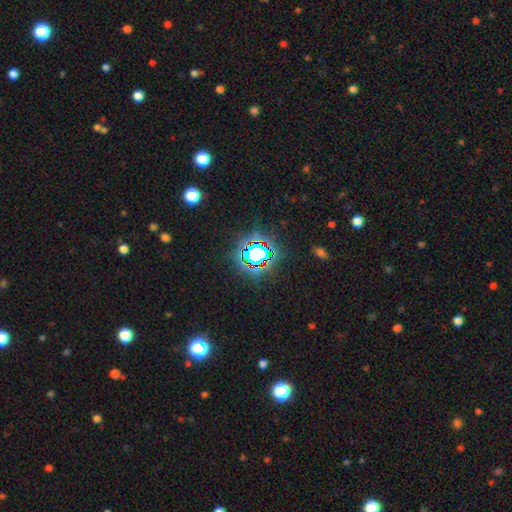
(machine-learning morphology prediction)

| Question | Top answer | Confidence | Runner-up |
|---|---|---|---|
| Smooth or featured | star or artifact | 73% | smooth (17%) |